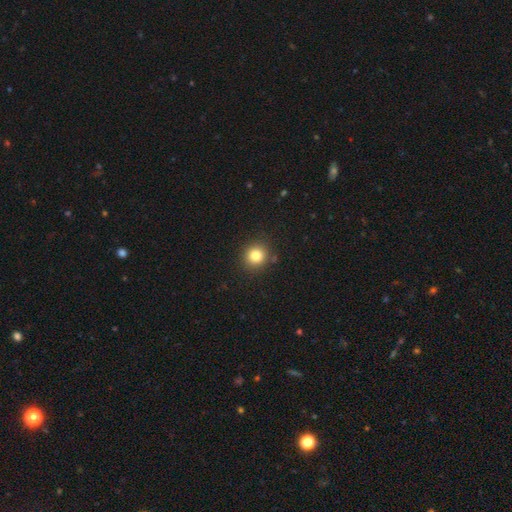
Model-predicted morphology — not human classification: Overall: smooth (82%). How rounded: round (90%). Merging: none (88%).